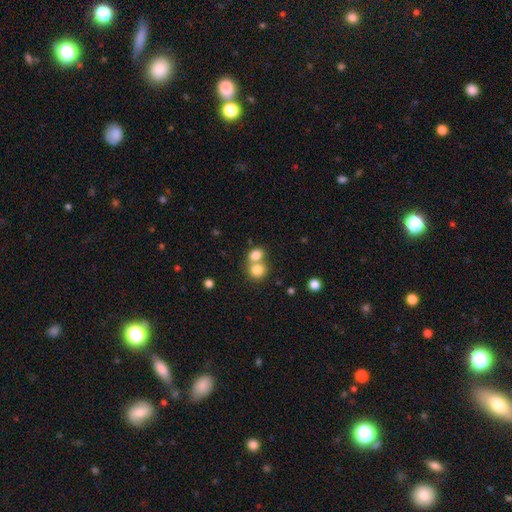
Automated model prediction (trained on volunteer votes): smooth 79%, featured or disk 10%, star or artifact 10%. Down the decision tree: how rounded — round (69%); merging — merger (58%).